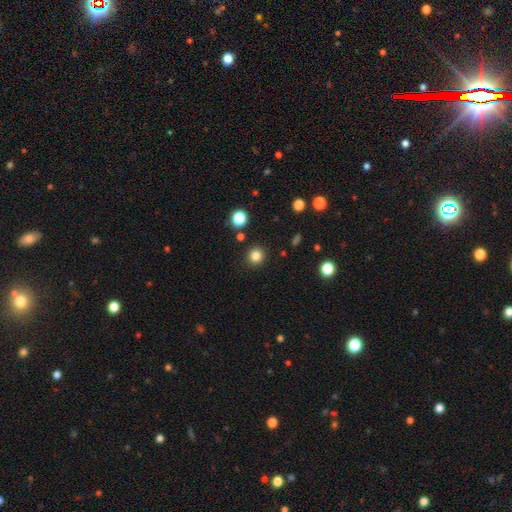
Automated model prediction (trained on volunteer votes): smooth_or_featured: smooth (p=0.83) [alt: star or artifact p=0.13]
how_rounded: round (p=0.93) [alt: in between p=0.06]
merging: none (p=0.90) [alt: minor disturbance p=0.06]